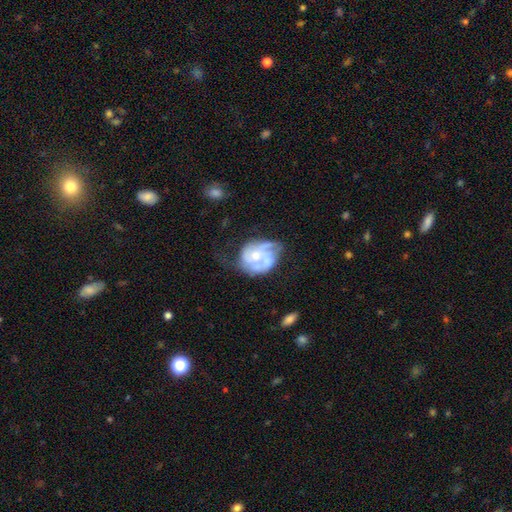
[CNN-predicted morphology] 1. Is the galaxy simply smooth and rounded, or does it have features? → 72% featured or disk, 22% smooth, 6% star or artifact.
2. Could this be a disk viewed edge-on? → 98% no, 2% yes.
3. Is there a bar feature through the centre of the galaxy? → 79% no, 18% weak, 3% strong.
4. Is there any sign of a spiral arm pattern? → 68% yes, 32% no.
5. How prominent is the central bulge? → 53% moderate, 37% small, 5% none, 4% large, 1% dominant.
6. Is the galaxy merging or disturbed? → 36% none, 26% minor disturbance, 24% major disturbance, 13% merger.